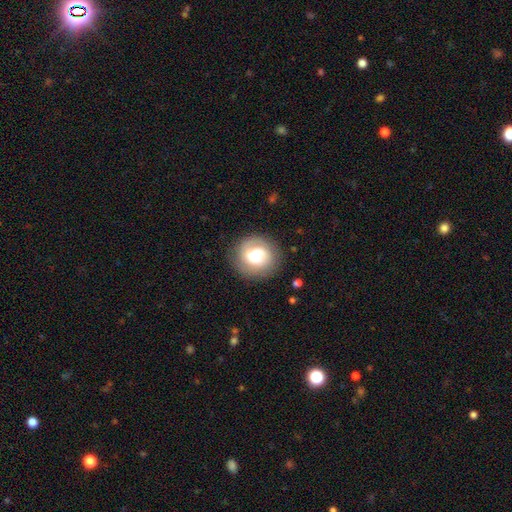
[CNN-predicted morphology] Overall: smooth (54%; featured or disk 38%). How rounded: round (87%). Merging: none (81%).